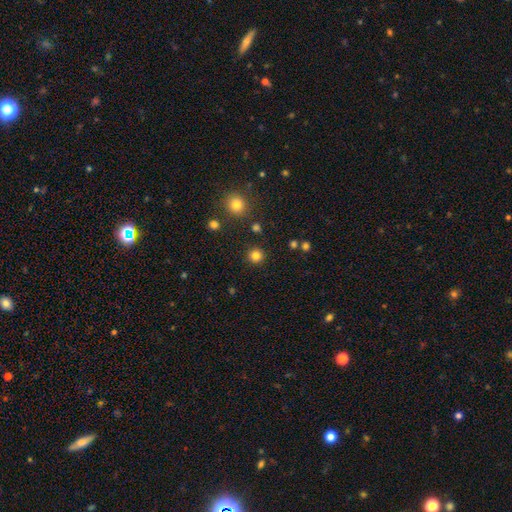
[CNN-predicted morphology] Smooth or featured? smooth (82%)
How rounded? round (95%)
Merging? none (90%)